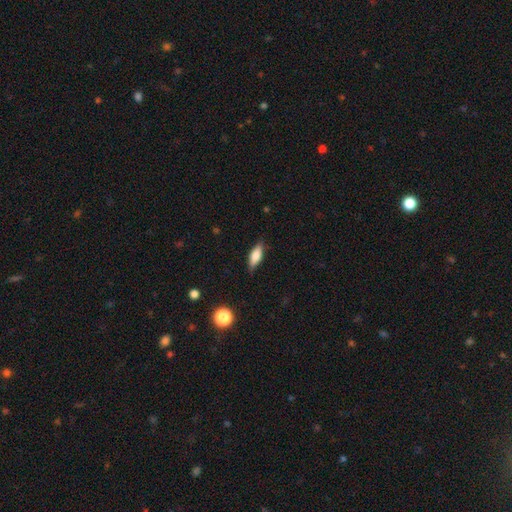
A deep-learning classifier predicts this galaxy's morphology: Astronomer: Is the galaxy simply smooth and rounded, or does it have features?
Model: smooth — 70%.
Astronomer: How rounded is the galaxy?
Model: in between — 64%.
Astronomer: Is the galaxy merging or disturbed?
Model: none — 81%.